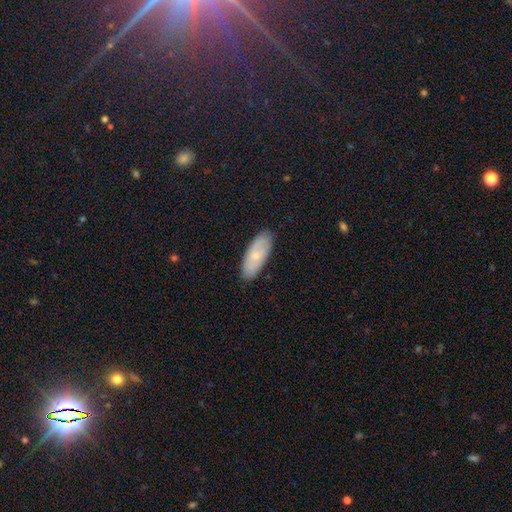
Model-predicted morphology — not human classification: Smooth or featured? Predicted: smooth (p=0.59). How rounded? Predicted: in between (p=0.77). Merging? Predicted: none (p=0.86).